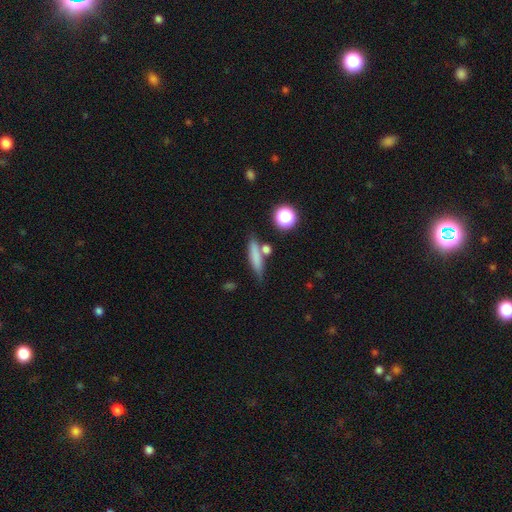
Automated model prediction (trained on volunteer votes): A smooth galaxy with no disk features (73%) that is cigar-shaped (76%). Merging: none (68%).